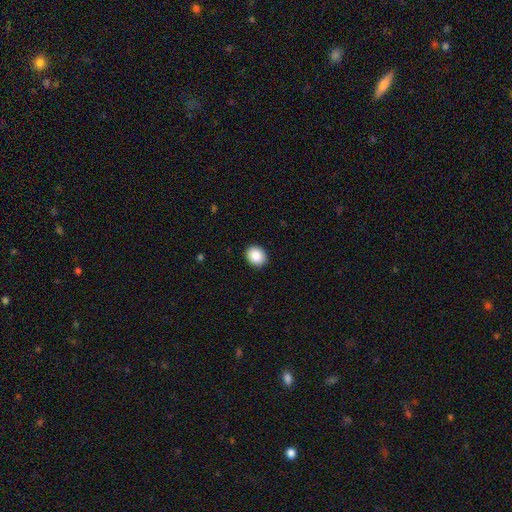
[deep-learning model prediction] The model was most divided on "how rounded": round: 51%, in between: 48%, cigar-shaped: 1%. More confident: merging — none (91%); smooth or featured — smooth (89%).